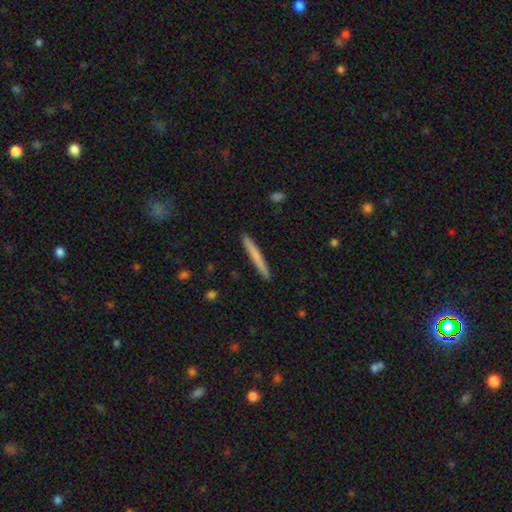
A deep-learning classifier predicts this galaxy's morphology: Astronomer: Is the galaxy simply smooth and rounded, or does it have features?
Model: smooth — 69%.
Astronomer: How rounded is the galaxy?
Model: cigar-shaped — 97%.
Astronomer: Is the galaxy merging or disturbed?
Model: none — 92%.